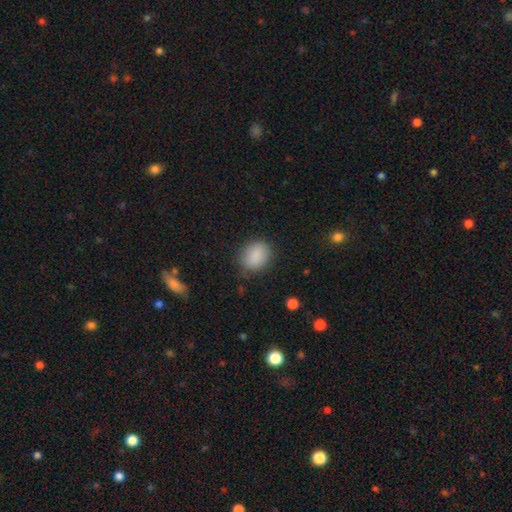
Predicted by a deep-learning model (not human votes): Smooth or featured? smooth (88%)
How rounded? round (54%)
Merging? none (80%)